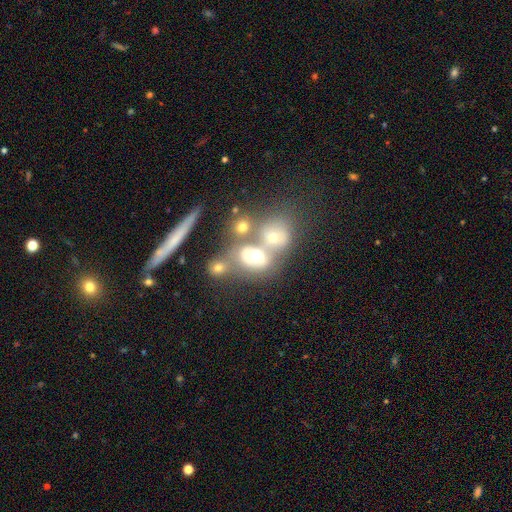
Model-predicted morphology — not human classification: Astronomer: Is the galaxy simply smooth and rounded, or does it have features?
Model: smooth — 51% (runner-up: featured or disk, 32%).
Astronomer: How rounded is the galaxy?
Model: round — 48% (runner-up: in between, 47%).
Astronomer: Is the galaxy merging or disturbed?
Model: merger — 48% (runner-up: none, 34%).